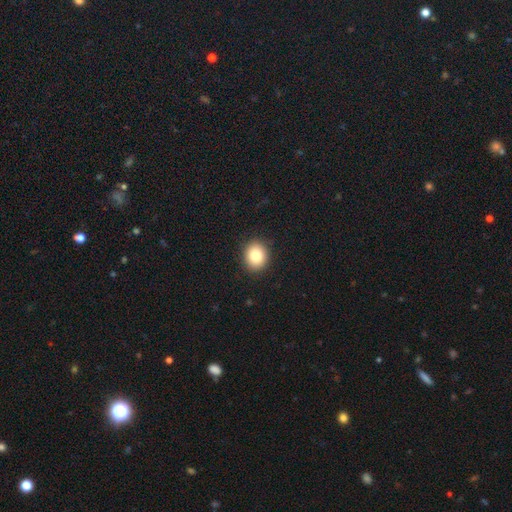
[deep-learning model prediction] smooth-or-featured: smooth: 82% | star or artifact: 10% | featured or disk: 8%
  how-rounded: round: 70% | in between: 29% | cigar-shaped: 1%
  merging: none: 91% | minor disturbance: 6% | major disturbance: 2% | merger: 1%